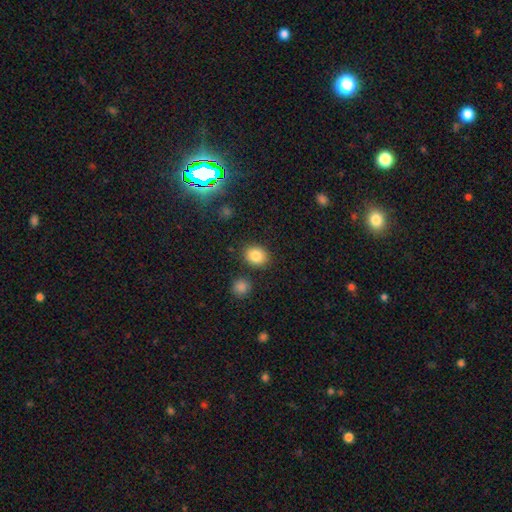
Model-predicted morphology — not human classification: A smooth galaxy with no disk features (85%) that is round (55%). Merging: none (84%).